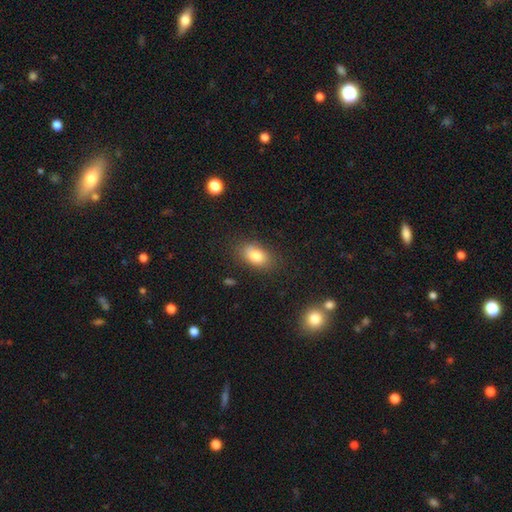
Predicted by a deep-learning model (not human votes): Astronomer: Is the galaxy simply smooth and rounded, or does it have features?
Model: smooth — 82%.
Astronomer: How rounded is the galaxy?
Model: in between — 87%.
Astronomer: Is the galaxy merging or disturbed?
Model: none — 81%.